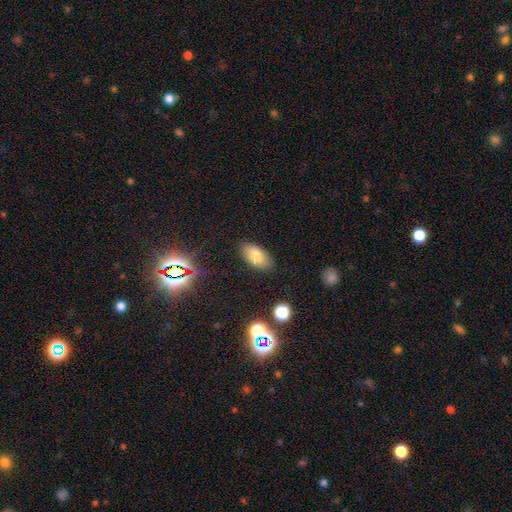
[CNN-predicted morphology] This appears to be a smooth galaxy with no disk features (79%) that is in between round and cigar-shaped (93%). Merging: none (85%).